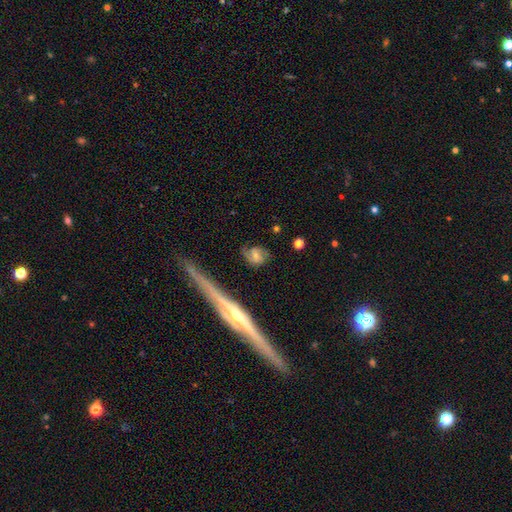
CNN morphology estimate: Smooth or featured? Predicted: featured or disk (p=0.70). Edge-on disk? Predicted: no (p=0.92). Bar? Predicted: no (p=0.53). Spiral arms? Predicted: yes (p=0.92). Spiral winding? Predicted: medium (p=0.45). Spiral arm count? Predicted: 2 (p=0.84). Bulge size? Predicted: small (p=0.45). Merging? Predicted: none (p=0.73).